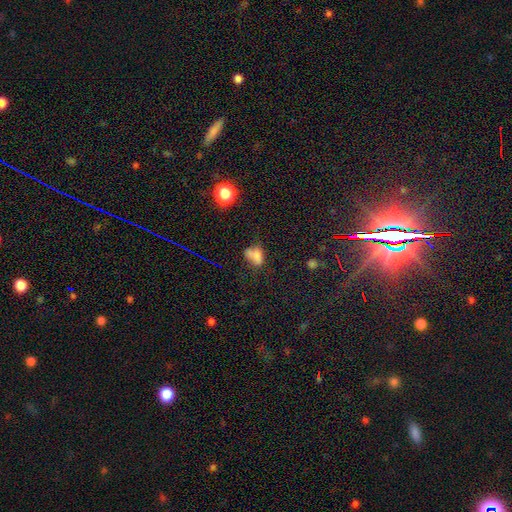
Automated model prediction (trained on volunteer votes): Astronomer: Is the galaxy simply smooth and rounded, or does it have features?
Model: smooth — 65%.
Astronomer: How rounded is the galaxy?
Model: in between — 76%.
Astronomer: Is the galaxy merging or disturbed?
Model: none — 34% (runner-up: minor disturbance, 24%).